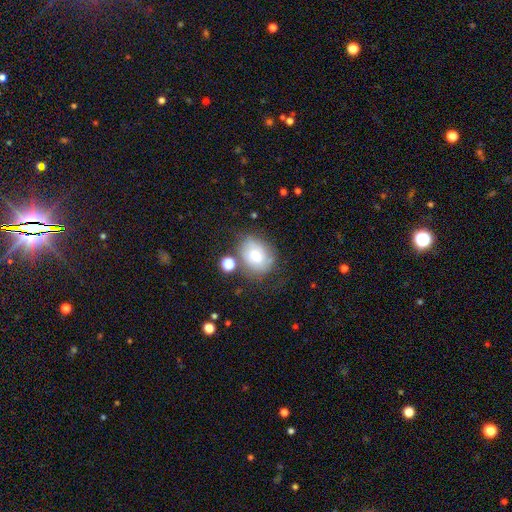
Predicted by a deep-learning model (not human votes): This appears to be a smooth galaxy with no disk features (65%) that is round (51%). Merging: none (56%).